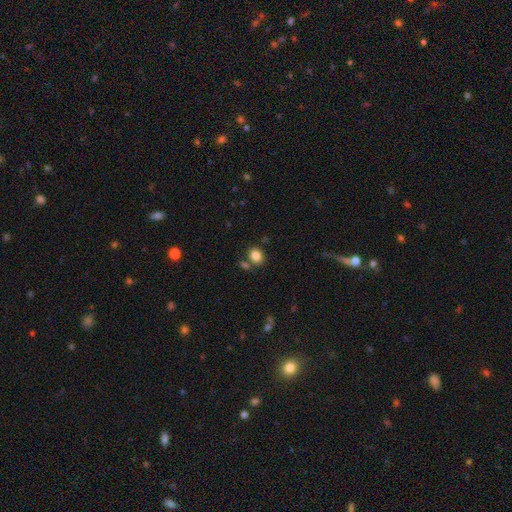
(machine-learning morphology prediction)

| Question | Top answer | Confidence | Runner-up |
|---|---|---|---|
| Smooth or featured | smooth | 84% | star or artifact (11%) |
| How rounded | round | 51% | in between (48%) |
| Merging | none | 72% | merger (14%) |